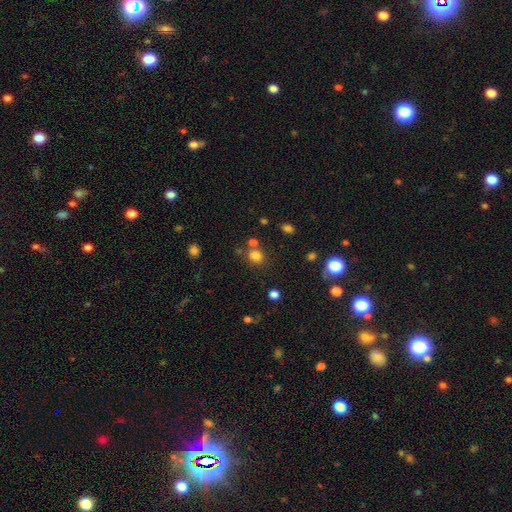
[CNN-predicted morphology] type=smooth (78%); roundness=round (78%); merging=none (69%).